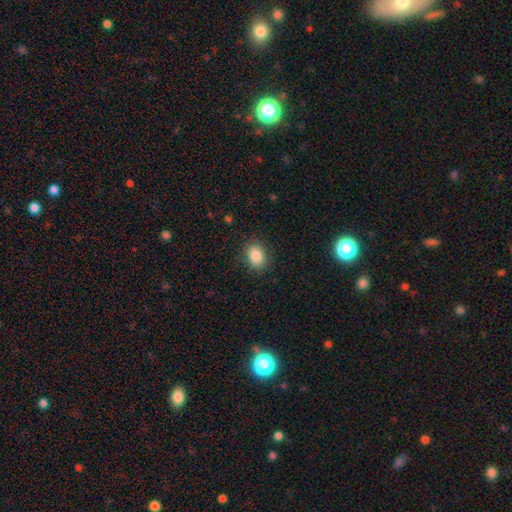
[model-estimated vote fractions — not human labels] A smooth galaxy with no disk features (86%) that is in between round and cigar-shaped (66%).

Vote fractions:
- Smooth or featured? smooth: 86% / star or artifact: 9% / featured or disk: 5%
- How rounded? in between: 66% / round: 33% / cigar-shaped: 1%
- Merging? none: 86% / minor disturbance: 10% / major disturbance: 3% / merger: 1%